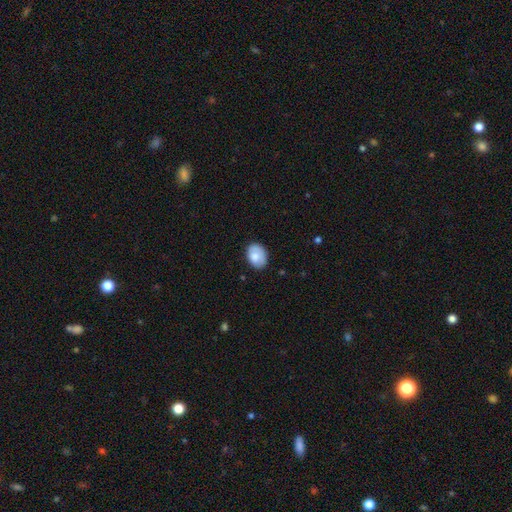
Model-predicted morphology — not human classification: smooth 81%, featured or disk 12%, star or artifact 7%. Down the decision tree: how rounded — in between (73%); merging — none (78%).